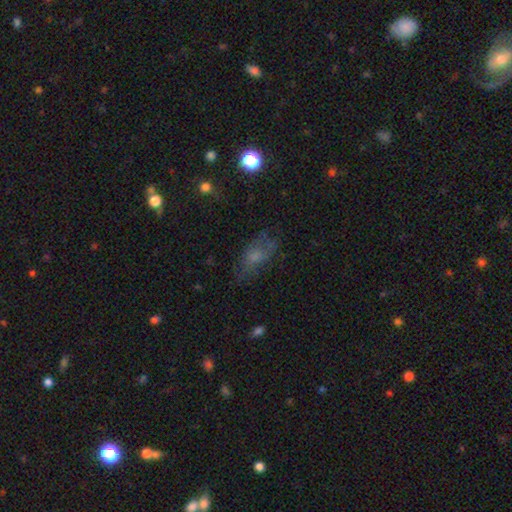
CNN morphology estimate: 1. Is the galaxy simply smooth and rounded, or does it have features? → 54% smooth, 29% featured or disk, 17% star or artifact.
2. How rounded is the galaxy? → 83% in between, 9% cigar-shaped, 8% round.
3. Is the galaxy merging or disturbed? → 56% none, 25% minor disturbance, 17% major disturbance, 3% merger.